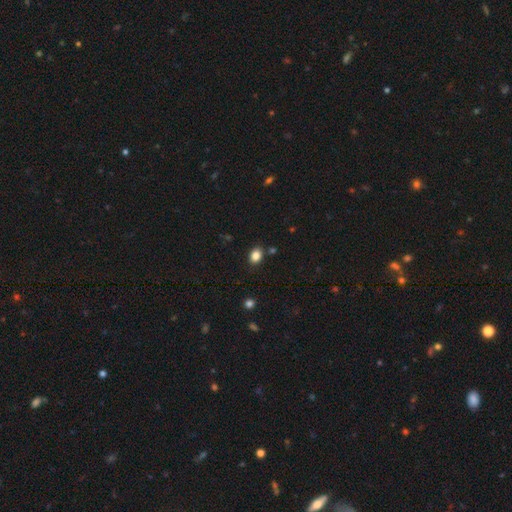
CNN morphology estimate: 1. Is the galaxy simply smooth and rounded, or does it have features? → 85% smooth, 10% star or artifact, 5% featured or disk.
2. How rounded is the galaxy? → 64% in between, 35% round, 1% cigar-shaped.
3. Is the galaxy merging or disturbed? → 83% none, 10% minor disturbance, 4% merger, 3% major disturbance.